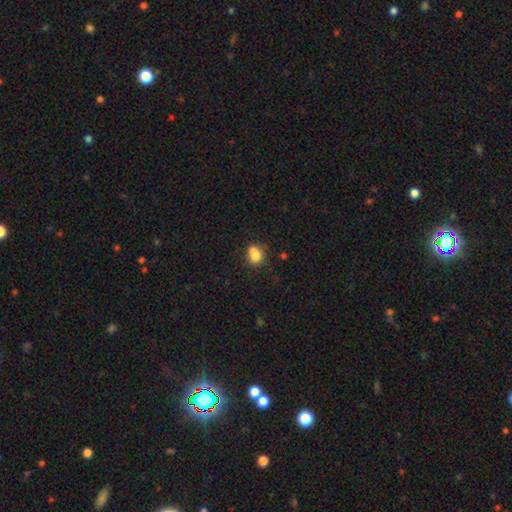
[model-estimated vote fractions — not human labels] smooth-or-featured: smooth: 75% | featured or disk: 15% | star or artifact: 11%
  how-rounded: round: 58% | in between: 41% | cigar-shaped: 1%
  merging: merger: 48% | none: 36% | minor disturbance: 11% | major disturbance: 4%